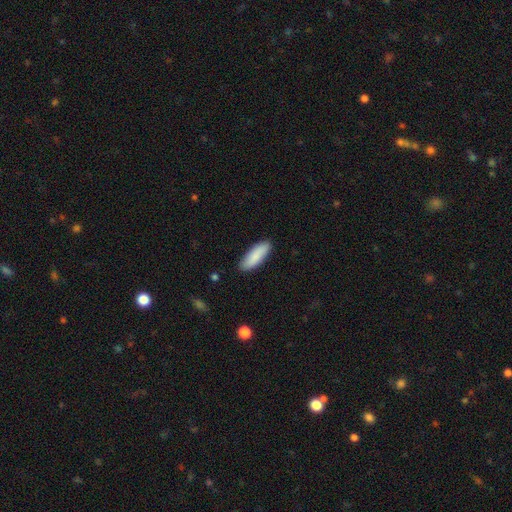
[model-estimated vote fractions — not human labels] Morphology: type=smooth (87%); roundness=in between (61%); merging=none (88%).